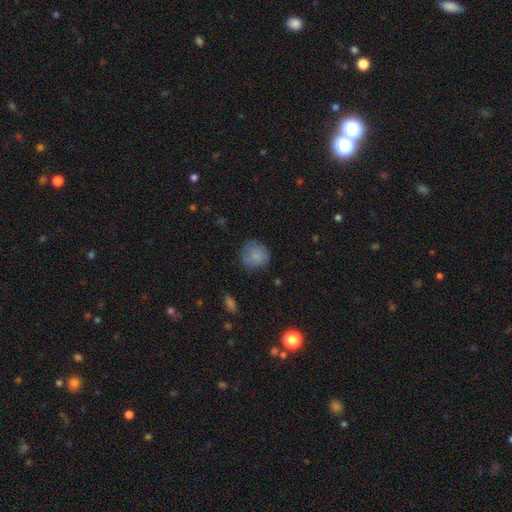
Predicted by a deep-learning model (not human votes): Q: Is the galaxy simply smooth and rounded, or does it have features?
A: smooth — 80%.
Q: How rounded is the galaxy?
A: round — 87%.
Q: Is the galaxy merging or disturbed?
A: none — 72%.